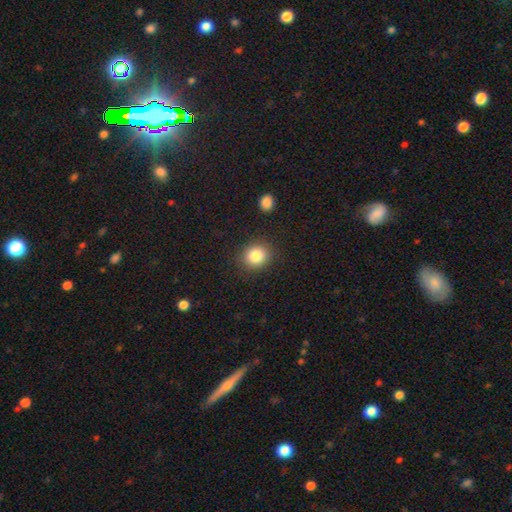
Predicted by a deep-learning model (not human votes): Smooth or featured? smooth (84%)
How rounded? round (73%)
Merging? none (88%)